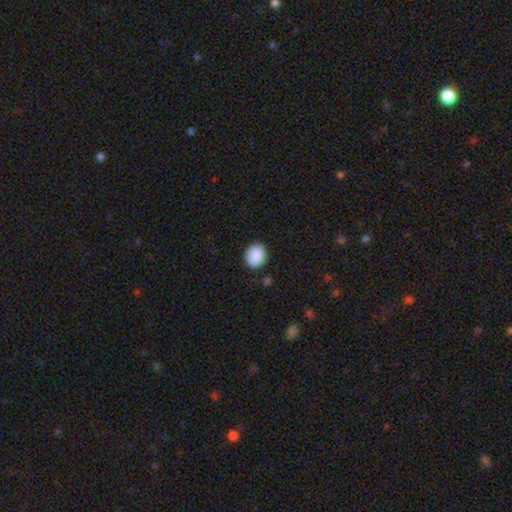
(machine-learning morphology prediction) Smooth or featured: smooth — 90% (star or artifact — 7%)
How rounded: round — 58% (in between — 41%)
Merging: none — 86% (minor disturbance — 10%)